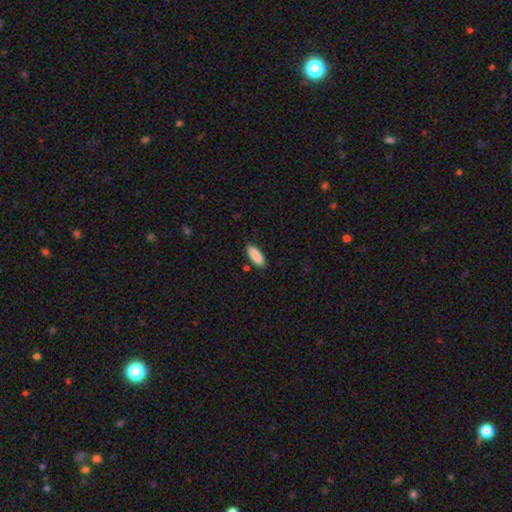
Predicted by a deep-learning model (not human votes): smooth 89%, star or artifact 6%, featured or disk 5%. Down the decision tree: how rounded — in between (61%); merging — none (85%).